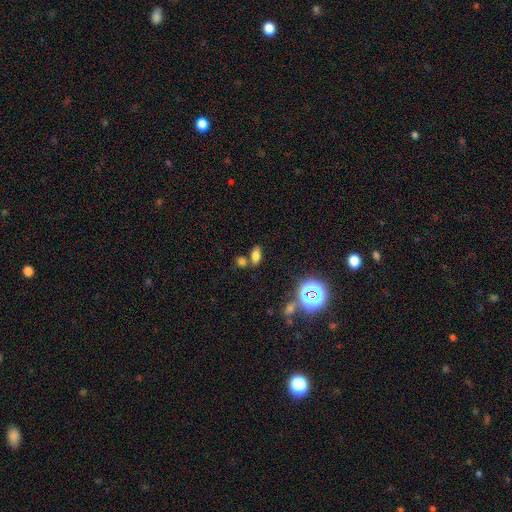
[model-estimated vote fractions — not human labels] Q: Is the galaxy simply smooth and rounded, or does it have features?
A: smooth — 72%.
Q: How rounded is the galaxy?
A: in between — 85%.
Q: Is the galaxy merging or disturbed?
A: none — 64%.